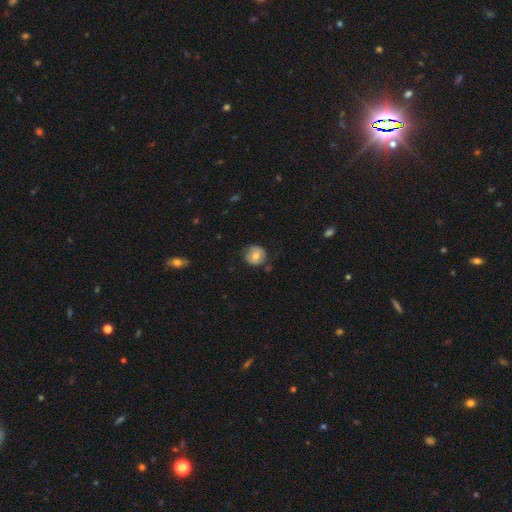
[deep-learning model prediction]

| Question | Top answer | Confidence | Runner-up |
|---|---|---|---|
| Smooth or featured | smooth | 68% | featured or disk (24%) |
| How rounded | round | 87% | in between (12%) |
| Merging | none | 72% | minor disturbance (21%) |